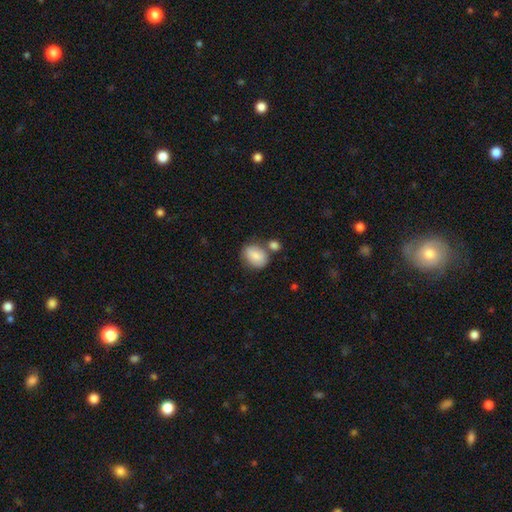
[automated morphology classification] The model was most divided on "merging": none: 57%, merger: 22%, minor disturbance: 16%, major disturbance: 5%. More confident: smooth or featured — smooth (80%); how rounded — in between (69%).